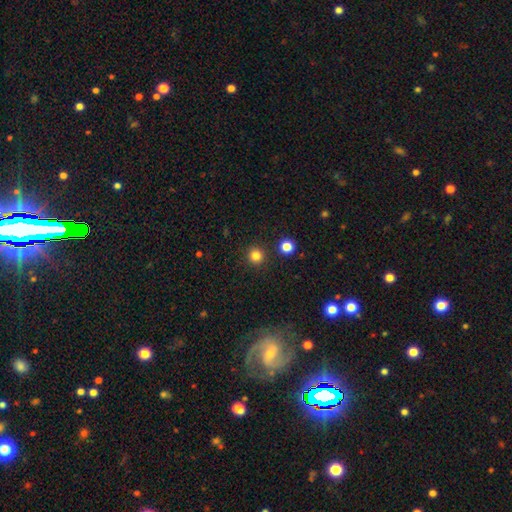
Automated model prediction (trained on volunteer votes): smooth-or-featured: smooth: 82% | star or artifact: 14% | featured or disk: 5%
  how-rounded: round: 95% | in between: 4% | cigar-shaped: 1%
  merging: none: 90% | minor disturbance: 5% | merger: 3% | major disturbance: 2%